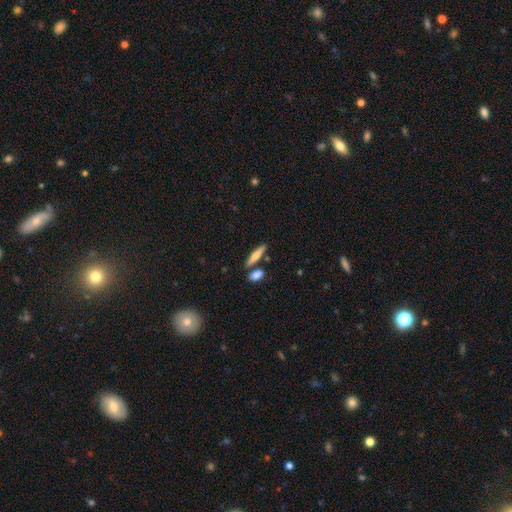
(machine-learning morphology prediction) type=smooth (64%); roundness=cigar-shaped (77%); merging=none (76%).